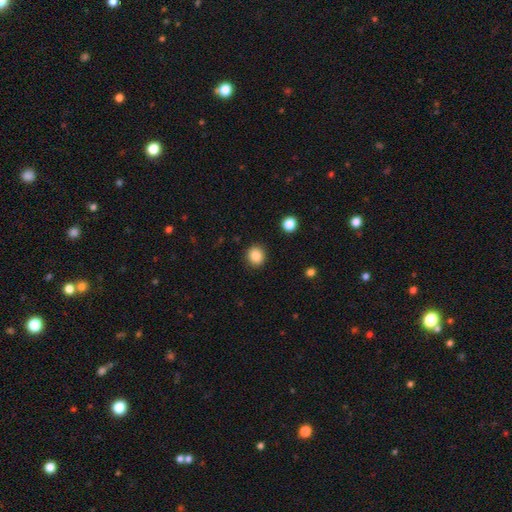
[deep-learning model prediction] smooth_or_featured: smooth (p=0.85) [alt: star or artifact p=0.10]
how_rounded: round (p=0.87) [alt: in between p=0.12]
merging: none (p=0.90) [alt: minor disturbance p=0.06]